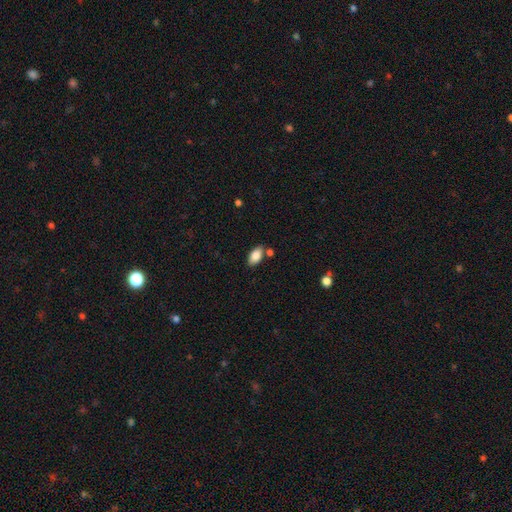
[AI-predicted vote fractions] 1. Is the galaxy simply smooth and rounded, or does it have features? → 85% smooth, 8% featured or disk, 7% star or artifact.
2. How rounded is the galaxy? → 93% in between, 4% round, 3% cigar-shaped.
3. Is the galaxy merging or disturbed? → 76% none, 12% minor disturbance, 9% merger, 3% major disturbance.